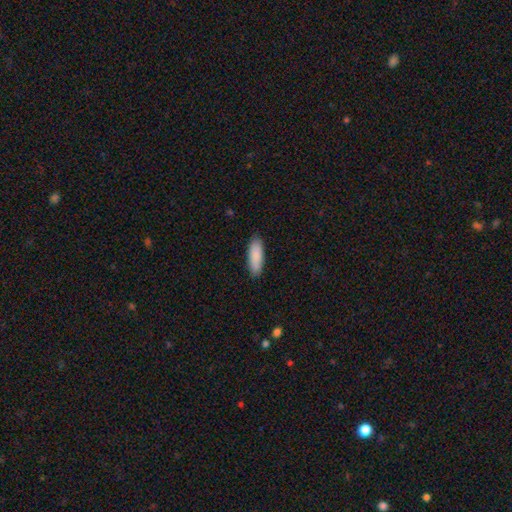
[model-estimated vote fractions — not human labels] A smooth galaxy with no disk features (90%) that is in between round and cigar-shaped (62%). Merging: none (88%).